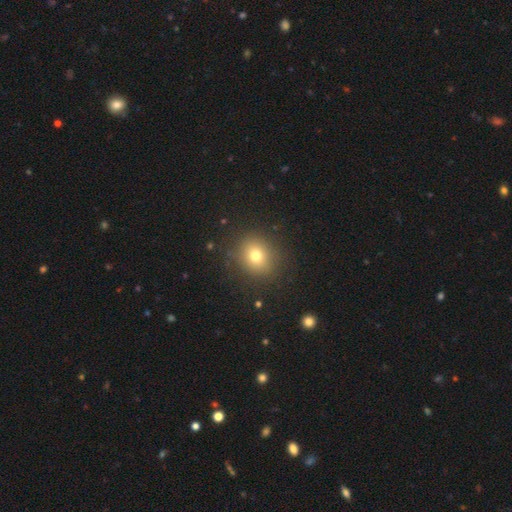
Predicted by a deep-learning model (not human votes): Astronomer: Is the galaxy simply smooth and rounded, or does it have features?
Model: smooth — 74%.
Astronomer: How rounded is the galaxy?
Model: round — 78%.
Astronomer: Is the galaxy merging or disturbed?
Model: none — 86%.